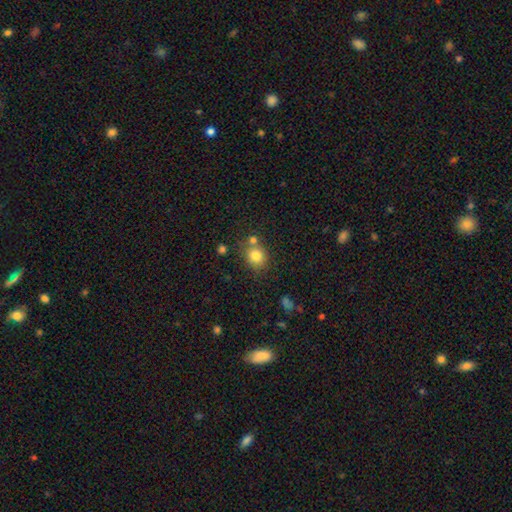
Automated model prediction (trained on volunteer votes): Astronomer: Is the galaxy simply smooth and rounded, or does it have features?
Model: smooth — 80%.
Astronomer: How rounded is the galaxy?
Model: round — 77%.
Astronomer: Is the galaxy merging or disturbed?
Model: none — 66%.